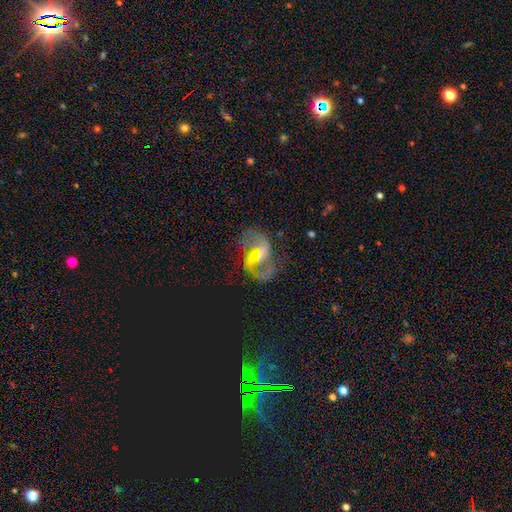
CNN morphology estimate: The model was most divided on "spiral winding": loose: 45%, medium: 44%, tight: 11%. Remaining: edge-on disk — no (98%); spiral arms — yes (89%); spiral arm count — 2 (87%); smooth or featured — featured or disk (81%); merging — none (56%); bar — weak (53%); bulge size — small (50%).